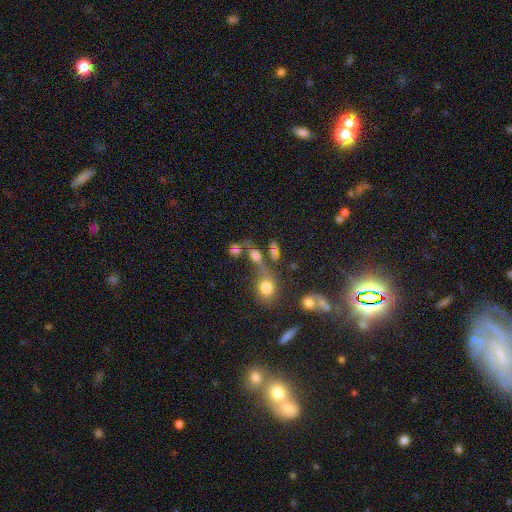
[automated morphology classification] The model was most divided on "merging": merger: 42%, none: 34%, minor disturbance: 12%, major disturbance: 12%. More confident: smooth or featured — smooth (62%); how rounded — in between (59%).